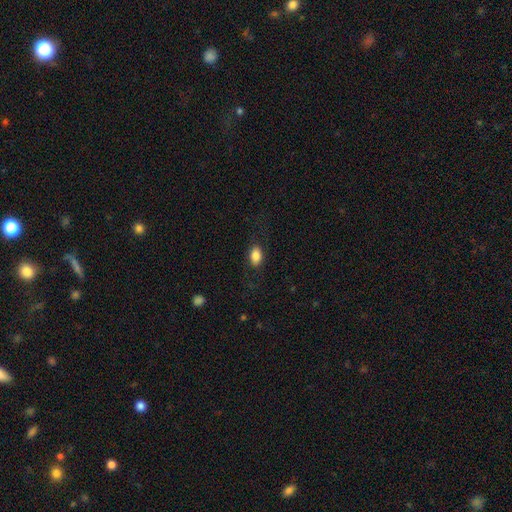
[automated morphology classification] smooth_or_featured: smooth (p=0.85) [alt: star or artifact p=0.08]
how_rounded: in between (p=0.88) [alt: round p=0.10]
merging: none (p=0.83) [alt: minor disturbance p=0.12]